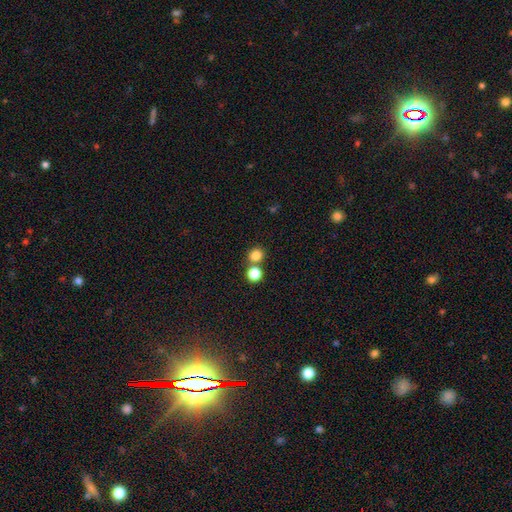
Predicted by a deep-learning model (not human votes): This is clearly a smooth galaxy (82%). How rounded: clearly round (84%). Merging: likely none (63%).